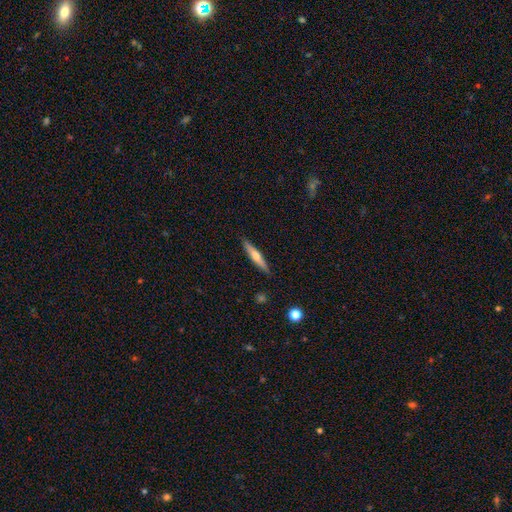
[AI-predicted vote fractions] featured or disk 51%, smooth 43%, star or artifact 6%. Down the decision tree: edge-on disk — yes (96%); merging — none (89%).